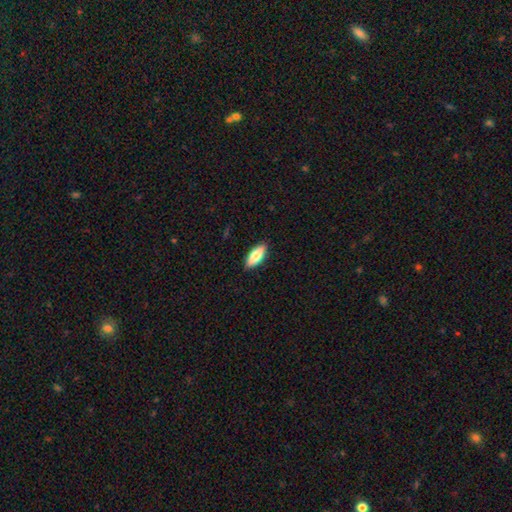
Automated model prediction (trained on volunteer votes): The model was most divided on "how rounded": in between: 76%, cigar-shaped: 22%, round: 2%. More confident: merging — none (89%); smooth or featured — smooth (79%).